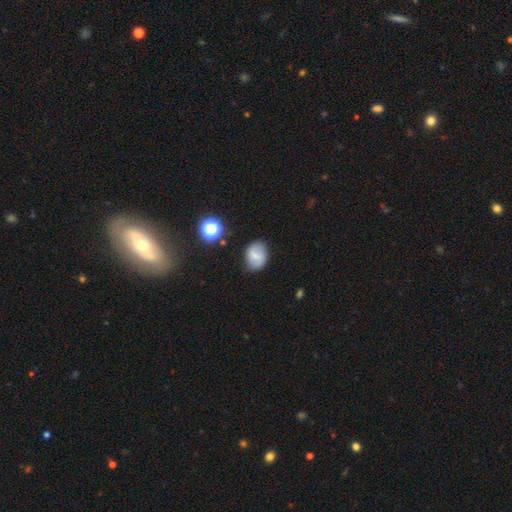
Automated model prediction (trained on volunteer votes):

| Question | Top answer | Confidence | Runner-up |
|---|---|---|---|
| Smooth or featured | smooth | 61% | featured or disk (28%) |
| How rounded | in between | 57% | round (42%) |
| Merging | none | 77% | minor disturbance (17%) |